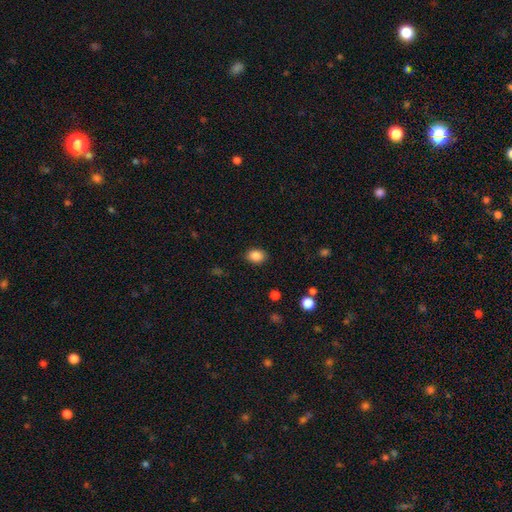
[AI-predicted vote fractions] smooth-or-featured: smooth: 87% | star or artifact: 9% | featured or disk: 4%
  how-rounded: in between: 66% | round: 33% | cigar-shaped: 1%
  merging: none: 87% | minor disturbance: 9% | major disturbance: 3% | merger: 1%